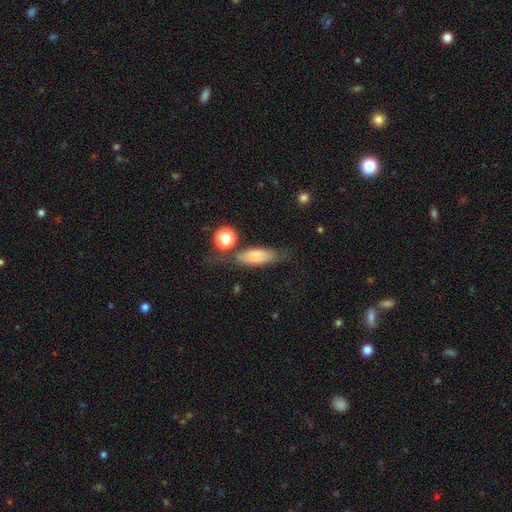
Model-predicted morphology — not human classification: smooth 68%, featured or disk 22%, star or artifact 9%. Down the decision tree: how rounded — in between (63%); merging — none (61%).